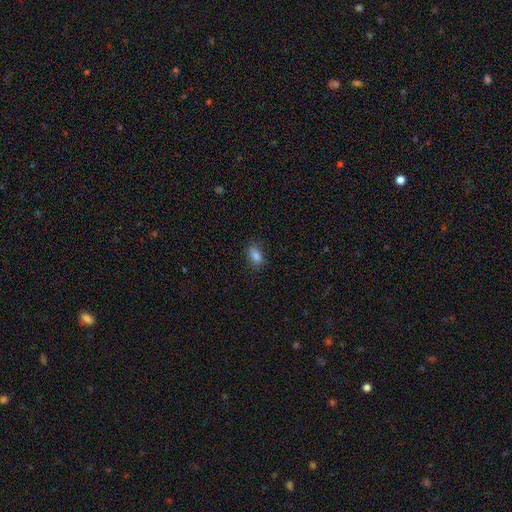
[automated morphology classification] This appears to be a smooth galaxy with no disk features (84%) that is in between round and cigar-shaped (86%). Merging: none (79%).